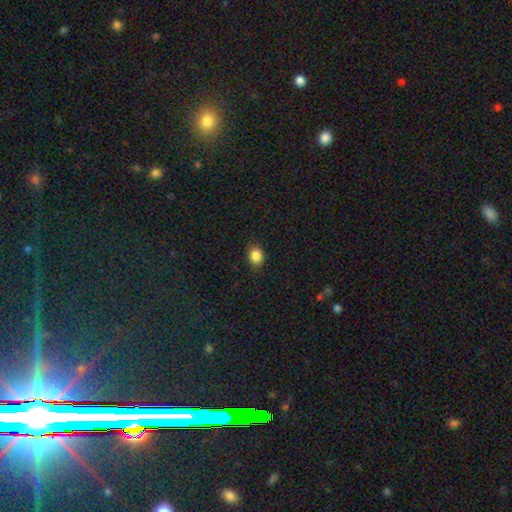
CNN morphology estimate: A smooth galaxy with no disk features (85%) that is round (56%). Merging: none (86%).